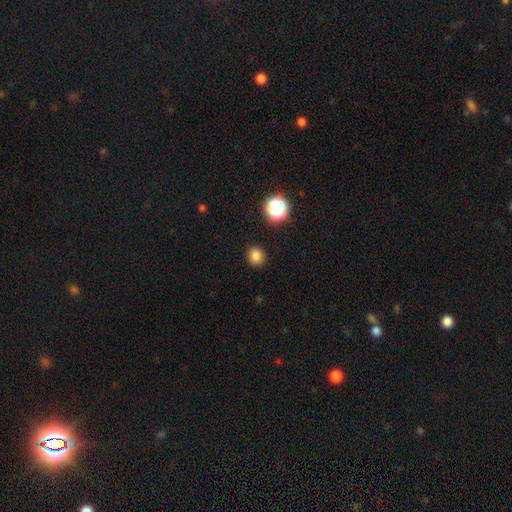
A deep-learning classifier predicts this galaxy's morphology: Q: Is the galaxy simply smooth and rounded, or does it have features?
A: smooth — 81%.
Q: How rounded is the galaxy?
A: round — 85%.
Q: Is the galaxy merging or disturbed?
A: none — 90%.